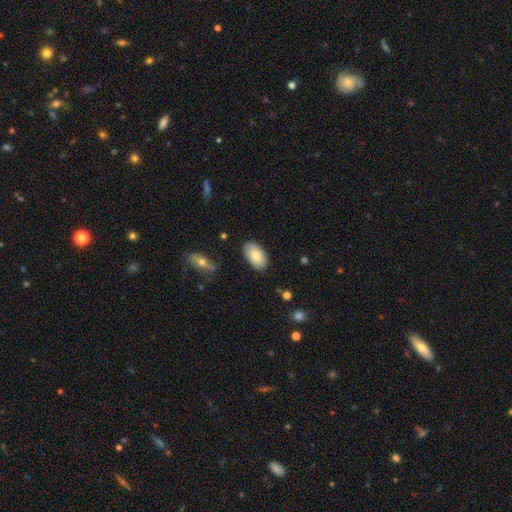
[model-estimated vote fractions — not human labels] This is likely a smooth galaxy (75%). How rounded: clearly in between (94%). Merging: clearly none (82%).